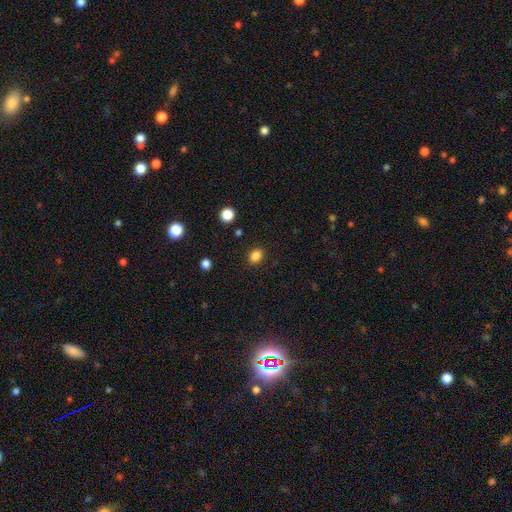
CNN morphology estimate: A smooth galaxy with no disk features (85%) that is in between round and cigar-shaped (68%).

Vote fractions:
- Smooth or featured? smooth: 85% / star or artifact: 11% / featured or disk: 4%
- How rounded? in between: 68% / round: 31% / cigar-shaped: 1%
- Merging? none: 88% / minor disturbance: 8% / major disturbance: 3% / merger: 2%